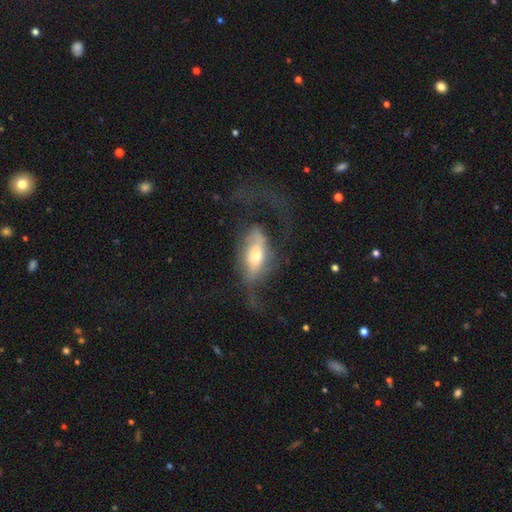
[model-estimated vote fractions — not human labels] Smooth or featured? featured or disk (55%)
Edge-on disk? no (78%)
Merging? major disturbance (49%)